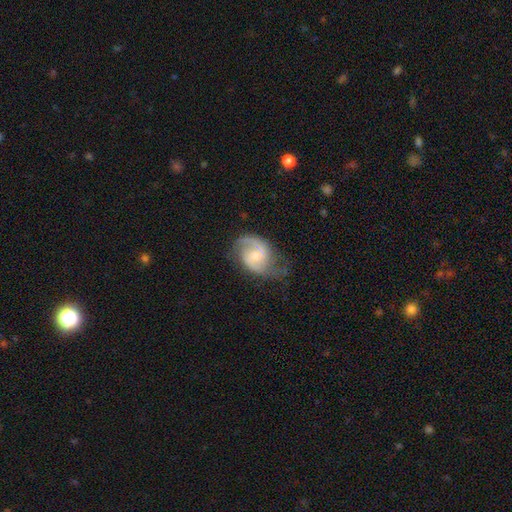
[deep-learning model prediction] smooth-or-featured: featured or disk: 82% | smooth: 13% | star or artifact: 6%
  disk-edge-on: no: 97% | yes: 3%
    bar: no: 47% | weak: 45% | strong: 8%
    has-spiral-arms: yes: 95% | no: 5%
      spiral-winding: medium: 52% | tight: 25% | loose: 23%
      spiral-arm-count: 2: 80% | 1: 9% | can't tell: 7% | 3: 2% | 4: 1% | more than 4: 1%
    bulge-size: moderate: 56% | small: 38% | large: 3% | none: 2% | dominant: 1%
  merging: none: 58% | minor disturbance: 26% | major disturbance: 14% | merger: 2%